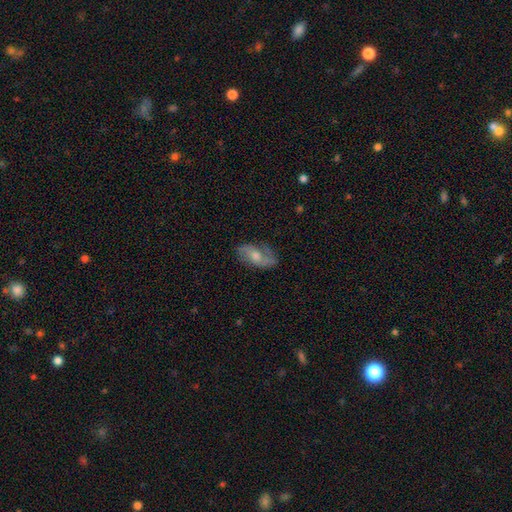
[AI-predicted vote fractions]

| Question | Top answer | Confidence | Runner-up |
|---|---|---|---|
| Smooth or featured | featured or disk | 68% | smooth (24%) |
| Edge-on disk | no | 93% | yes (7%) |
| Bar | no | 57% | weak (34%) |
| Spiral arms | yes | 88% | no (12%) |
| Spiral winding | loose | 42% | medium (40%) |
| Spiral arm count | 2 | 84% | can't tell (9%) |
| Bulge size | moderate | 61% | small (28%) |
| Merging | none | 75% | minor disturbance (18%) |